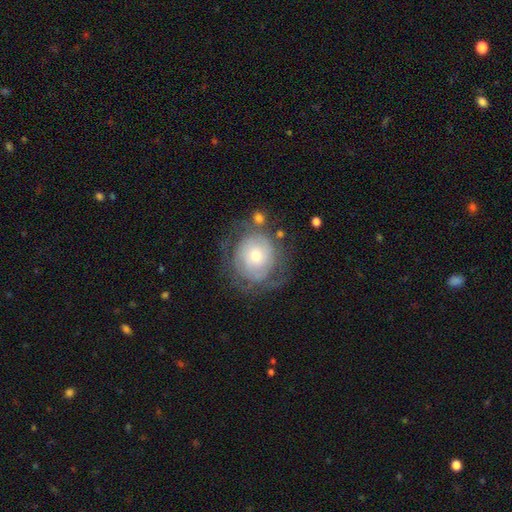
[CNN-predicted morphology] Smooth or featured? featured or disk (60%)
Edge-on disk? no (97%)
Bar? no (83%)
Spiral arms? yes (64%)
Bulge size? small (49%)
Merging? none (62%)